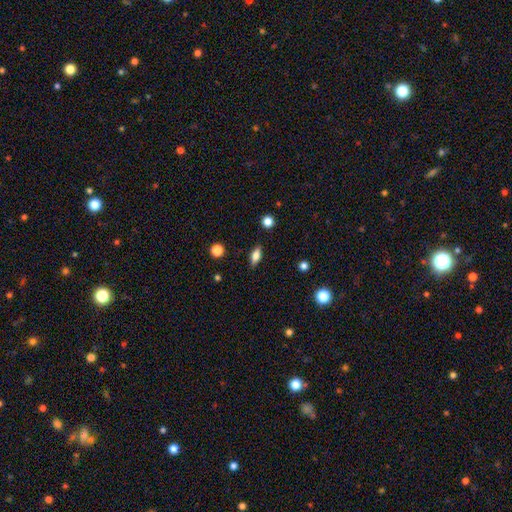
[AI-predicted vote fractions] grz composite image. It shows a smooth galaxy with no disk features (73%) that is in between round and cigar-shaped (77%). Merging: none (87%).